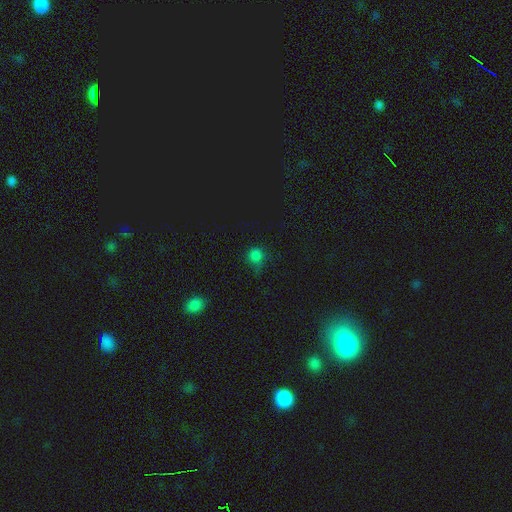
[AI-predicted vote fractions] Smooth or featured: smooth — 72% (star or artifact — 24%)
How rounded: round — 86% (in between — 12%)
Merging: none — 63% (minor disturbance — 25%)